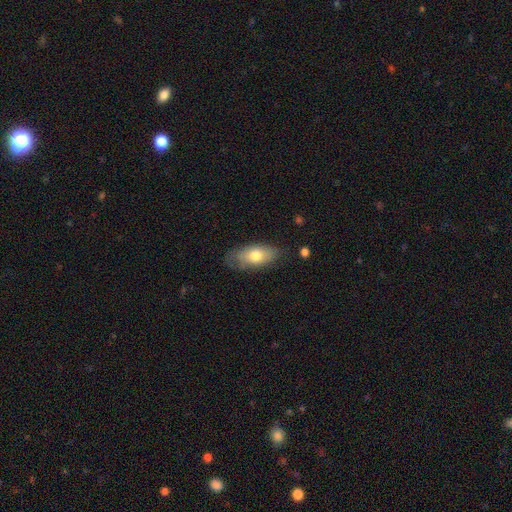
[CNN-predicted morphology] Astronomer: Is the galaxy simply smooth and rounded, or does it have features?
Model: smooth — 71%.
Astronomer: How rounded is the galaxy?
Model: in between — 88%.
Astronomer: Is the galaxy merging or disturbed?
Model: none — 67%.